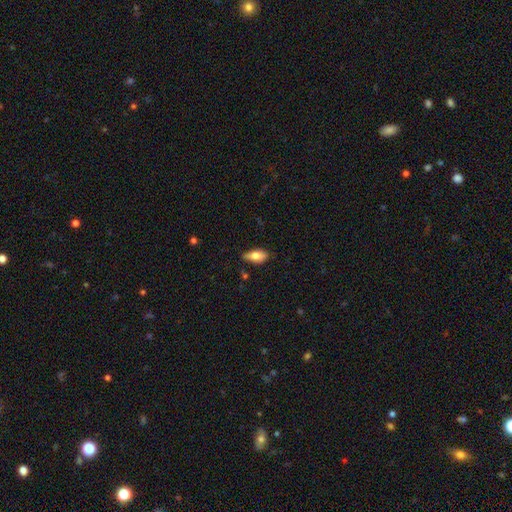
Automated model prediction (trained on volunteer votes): The model was most divided on "merging": none: 64%, minor disturbance: 28%, major disturbance: 5%, merger: 2%. More confident: how rounded — in between (85%); smooth or featured — smooth (73%).